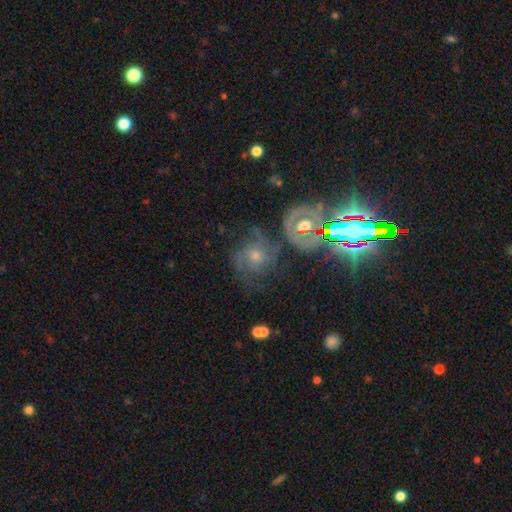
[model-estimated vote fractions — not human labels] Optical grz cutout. It shows a featured or disk galaxy (68%) with no bar (71%), 2 (31%) medium (47%) spiral arms (91%) and a moderate central bulge (52%). Merging: none (52%).